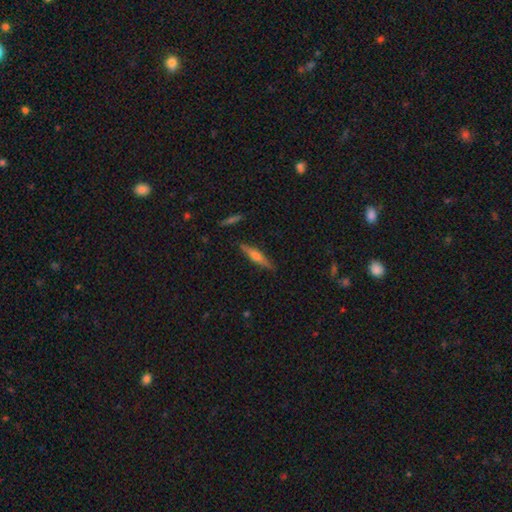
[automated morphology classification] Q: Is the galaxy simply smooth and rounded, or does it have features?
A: featured or disk — 54%.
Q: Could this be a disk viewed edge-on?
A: yes — 96%.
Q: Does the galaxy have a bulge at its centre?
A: rounded — 74%.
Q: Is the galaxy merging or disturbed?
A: none — 87%.